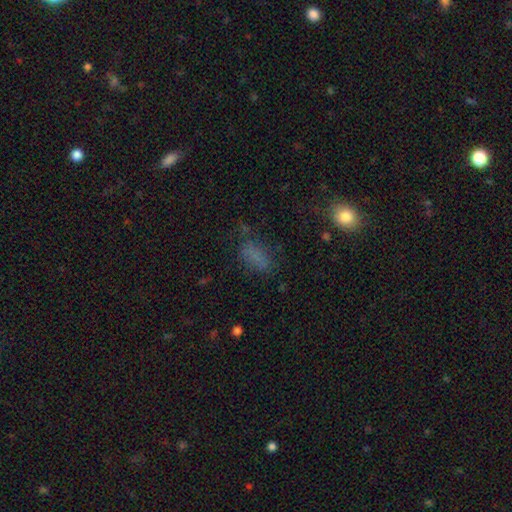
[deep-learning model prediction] Smooth or featured? smooth (70%)
How rounded? in between (82%)
Merging? none (64%)